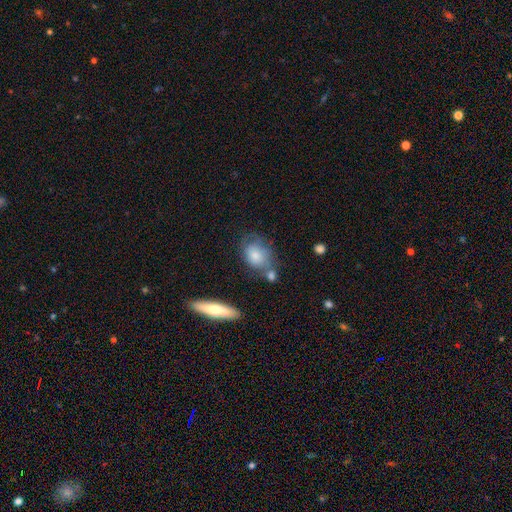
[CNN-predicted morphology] type=smooth (71%); roundness=in between (70%); merging=none (42%).